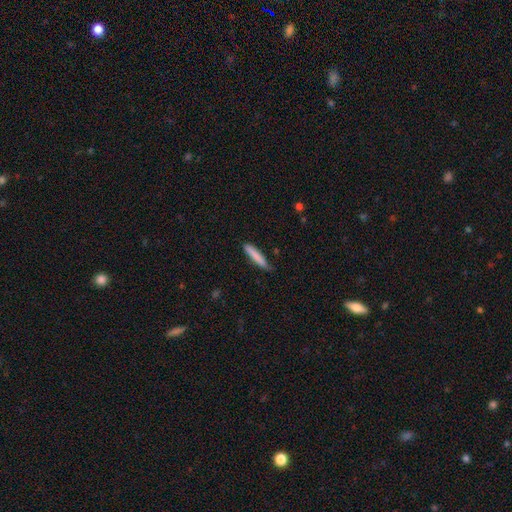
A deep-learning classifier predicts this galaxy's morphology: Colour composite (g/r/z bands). It shows a smooth galaxy with no disk features (82%) that is cigar-shaped (91%). Merging: none (76%).